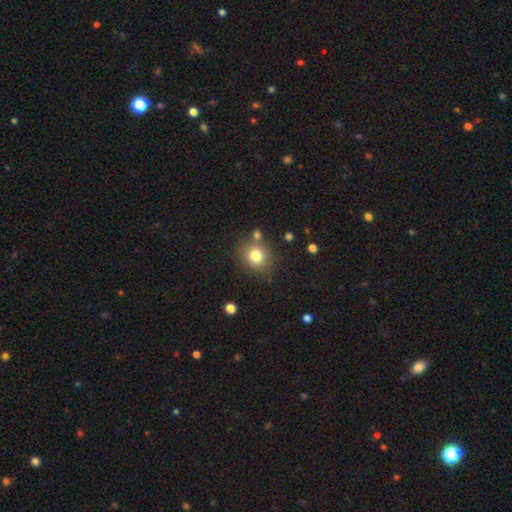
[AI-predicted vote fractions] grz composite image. It shows a smooth galaxy with no disk features (79%) that is round (78%). Merging: none (74%).